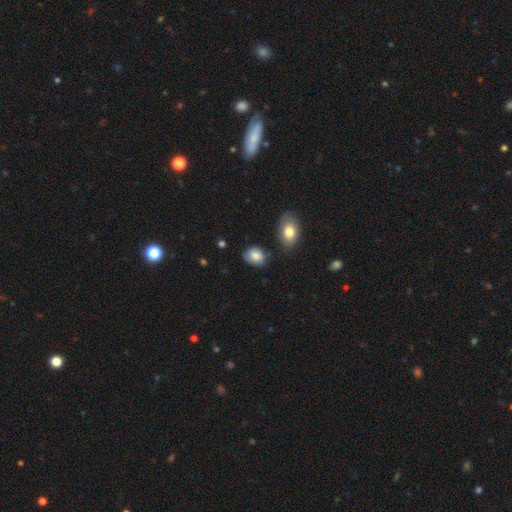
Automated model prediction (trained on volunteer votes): smooth-or-featured: smooth: 82% | featured or disk: 10% | star or artifact: 8%
  how-rounded: in between: 66% | round: 33% | cigar-shaped: 1%
  merging: none: 70% | minor disturbance: 21% | major disturbance: 5% | merger: 4%